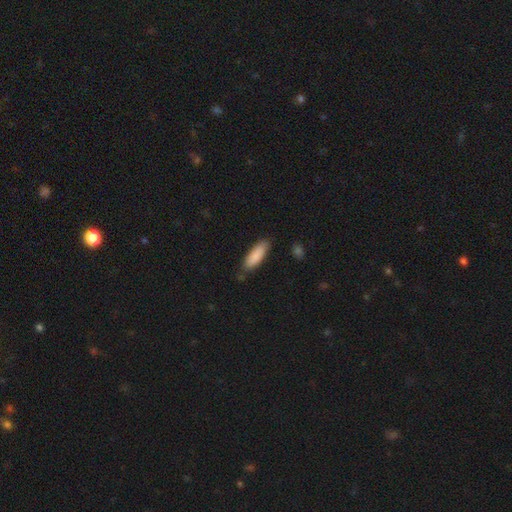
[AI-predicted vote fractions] A smooth galaxy with no disk features (87%) that is in between round and cigar-shaped (55%).

Vote fractions:
- Smooth or featured? smooth: 87% / featured or disk: 7% / star or artifact: 5%
- How rounded? in between: 55% / cigar-shaped: 43% / round: 1%
- Merging? none: 78% / minor disturbance: 17% / major disturbance: 3% / merger: 2%